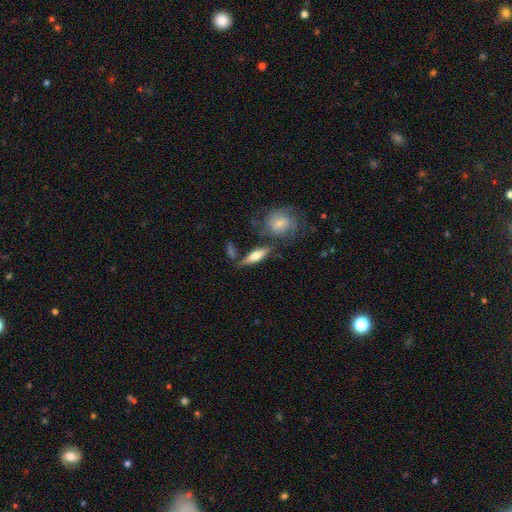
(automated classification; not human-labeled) A smooth galaxy with no disk features (50%). Merging: none (69%).